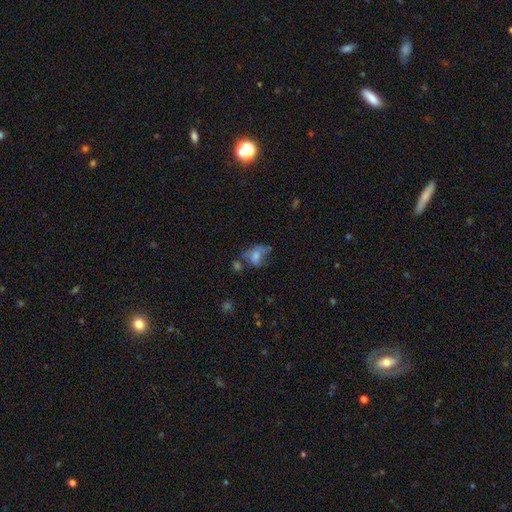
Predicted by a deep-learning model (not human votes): Smooth or featured? Predicted: smooth (p=0.57). How rounded? Predicted: in between (p=0.74). Merging? Predicted: none (p=0.29).